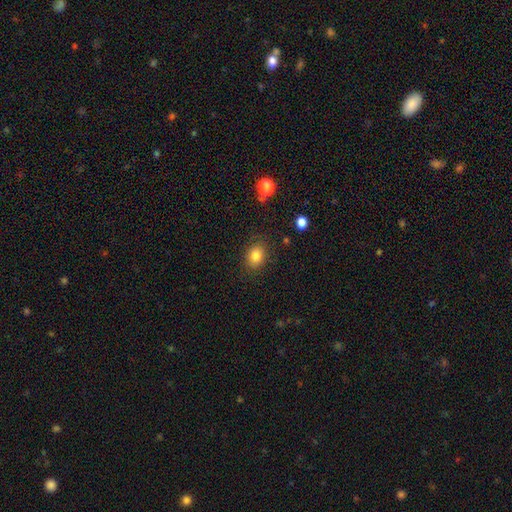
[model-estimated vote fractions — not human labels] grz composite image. It shows a smooth galaxy with no disk features (83%) that is in between round and cigar-shaped (59%). Merging: none (84%).